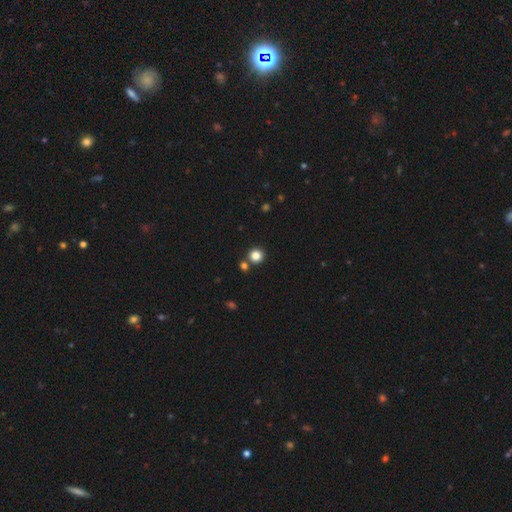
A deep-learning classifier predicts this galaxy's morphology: Overall: smooth (83%). How rounded: round (92%). Merging: none (81%).